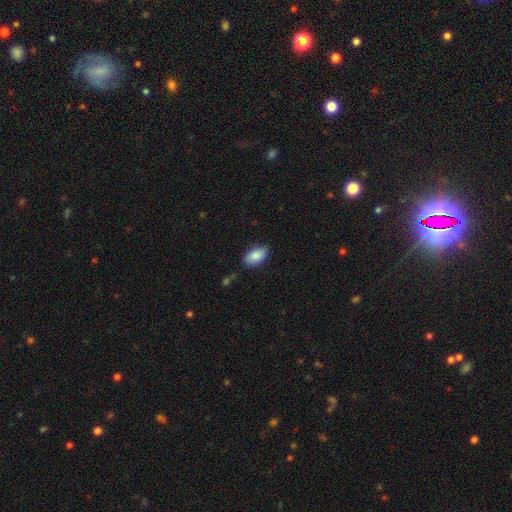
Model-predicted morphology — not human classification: Smooth or featured?
  - smooth: 87% *
  - star or artifact: 7%
  - featured or disk: 6%
How rounded?
  - in between: 94% *
  - round: 4%
  - cigar-shaped: 3%
Merging?
  - none: 82% *
  - minor disturbance: 14%
  - major disturbance: 3%
  - merger: 1%